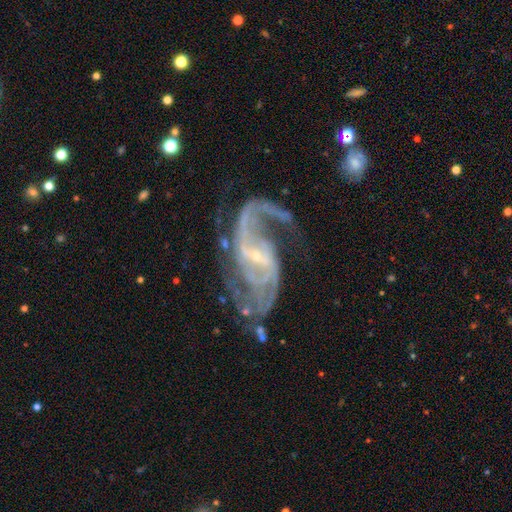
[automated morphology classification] A featured or disk galaxy (91%) with a weak bar (43%), 2 (65%) medium (45%) spiral arms (97%) and a small central bulge (83%). Merging: none (51%).